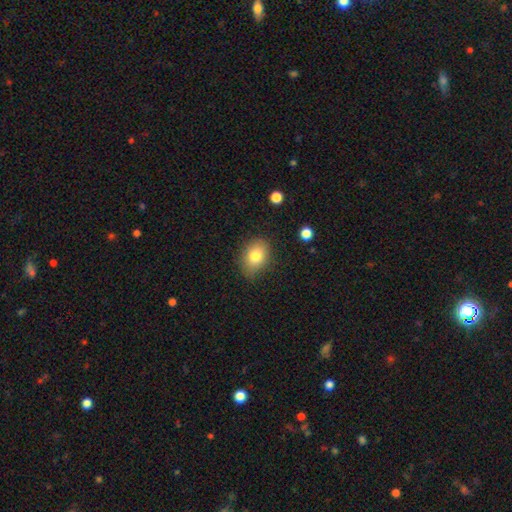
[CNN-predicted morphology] This appears to be a smooth galaxy with no disk features (79%) that is in between round and cigar-shaped (68%). Merging: none (78%).